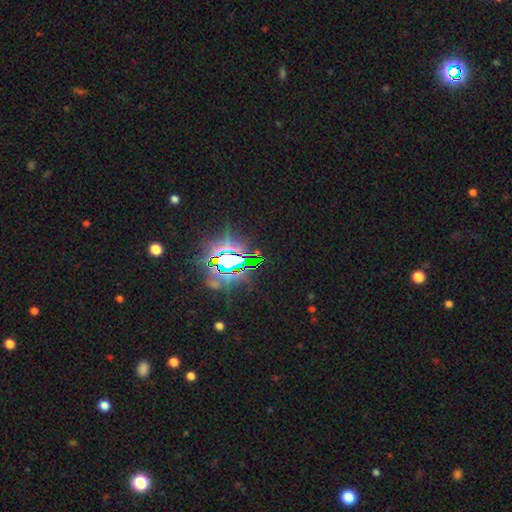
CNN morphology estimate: Smooth or featured: star or artifact — 82% (smooth — 9%)